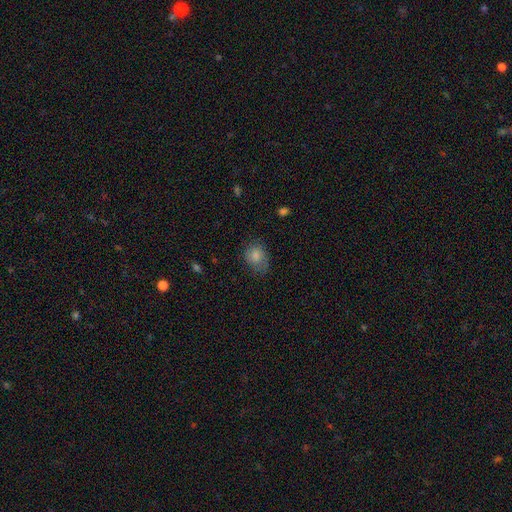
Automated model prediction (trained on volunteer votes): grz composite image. It shows a smooth galaxy with no disk features (81%) that is round (50%). Merging: none (63%).